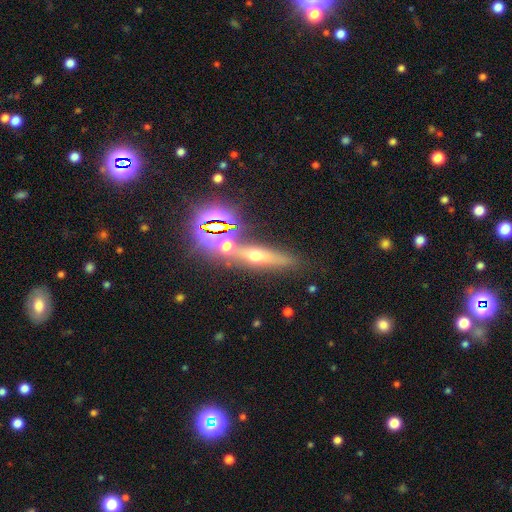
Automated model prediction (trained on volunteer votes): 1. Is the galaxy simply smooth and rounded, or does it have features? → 35% featured or disk, 32% star or artifact, 32% smooth.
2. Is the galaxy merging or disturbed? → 73% none, 12% merger, 10% minor disturbance, 5% major disturbance.